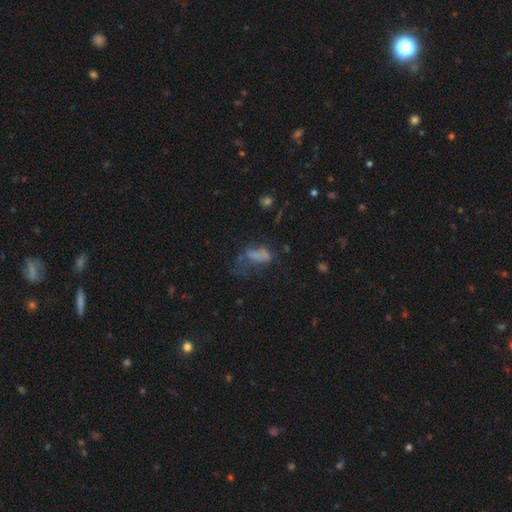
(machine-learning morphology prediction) Smooth or featured? Predicted: smooth (p=0.47). Merging? Predicted: major disturbance (p=0.38).